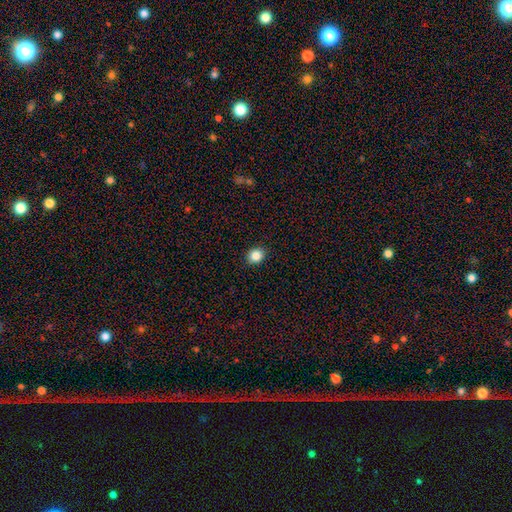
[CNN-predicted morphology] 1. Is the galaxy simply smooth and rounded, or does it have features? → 85% smooth, 10% star or artifact, 5% featured or disk.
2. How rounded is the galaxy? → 65% round, 35% in between, 1% cigar-shaped.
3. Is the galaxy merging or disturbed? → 91% none, 6% minor disturbance, 2% major disturbance, 1% merger.